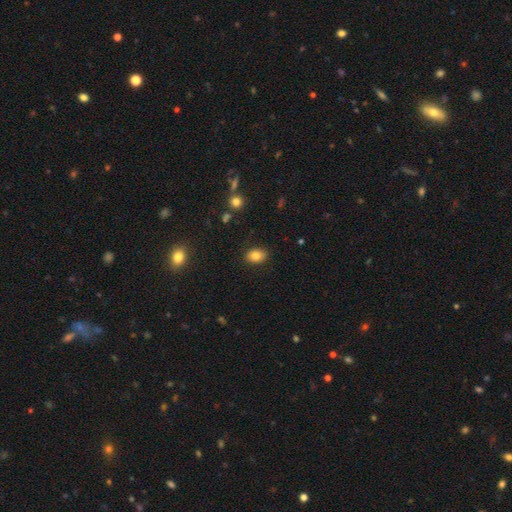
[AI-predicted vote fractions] Smooth or featured: smooth — 83% (star or artifact — 9%)
How rounded: in between — 77% (round — 22%)
Merging: none — 87% (minor disturbance — 9%)